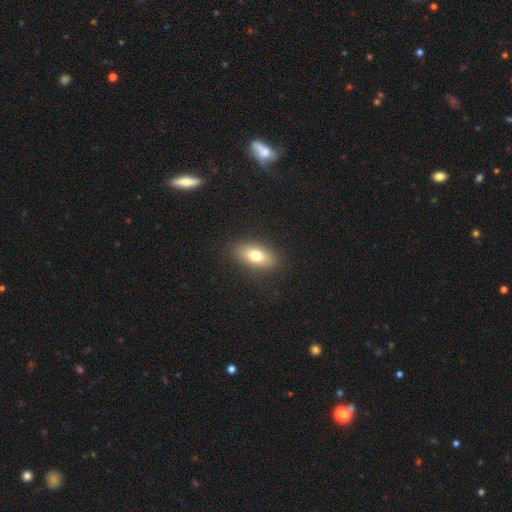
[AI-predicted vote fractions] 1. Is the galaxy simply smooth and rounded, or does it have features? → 74% smooth, 17% featured or disk, 9% star or artifact.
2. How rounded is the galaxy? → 84% in between, 9% cigar-shaped, 7% round.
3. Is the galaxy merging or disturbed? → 88% none, 9% minor disturbance, 3% major disturbance, 1% merger.